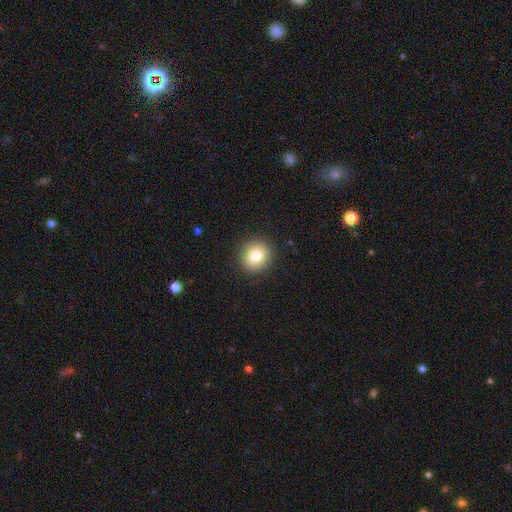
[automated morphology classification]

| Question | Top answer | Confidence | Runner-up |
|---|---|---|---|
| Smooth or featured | smooth | 82% | star or artifact (10%) |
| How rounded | round | 87% | in between (12%) |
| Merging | none | 91% | minor disturbance (6%) |